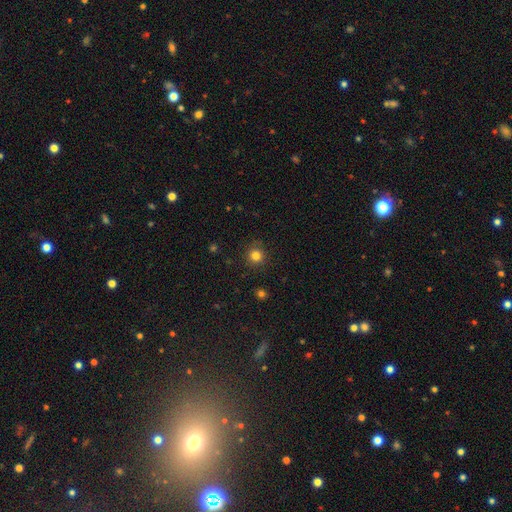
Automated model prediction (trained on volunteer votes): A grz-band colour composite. It shows a smooth galaxy with no disk features (81%) that is round (94%). Merging: none (89%).